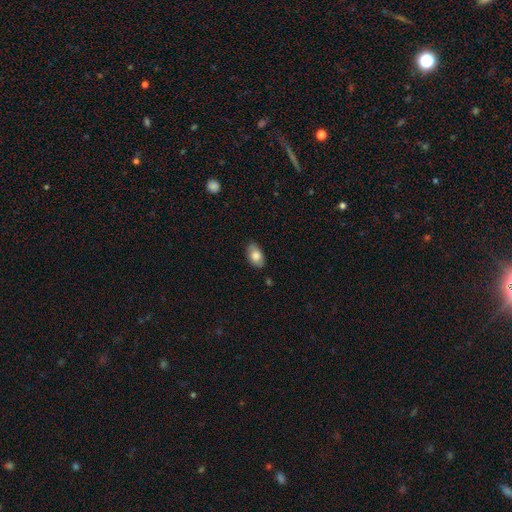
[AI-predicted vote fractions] Smooth or featured? Predicted: smooth (p=0.80). How rounded? Predicted: in between (p=0.92). Merging? Predicted: none (p=0.80).